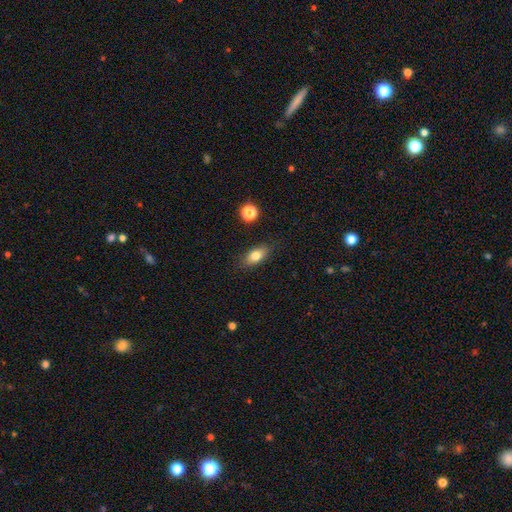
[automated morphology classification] This appears to be a smooth galaxy with no disk features (77%) that is in between round and cigar-shaped (81%). Merging: none (83%).